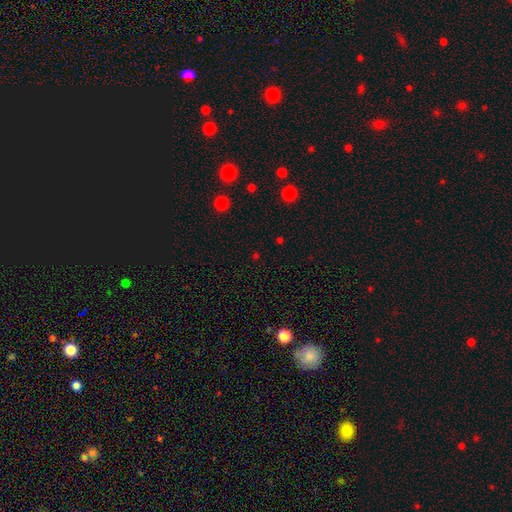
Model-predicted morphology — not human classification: The model was most divided on "smooth or featured": star or artifact: 56%, smooth: 38%, featured or disk: 6%.